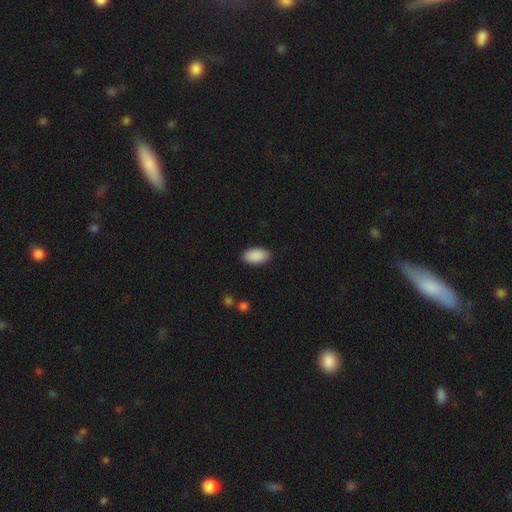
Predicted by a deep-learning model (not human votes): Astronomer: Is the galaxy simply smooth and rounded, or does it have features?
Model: smooth — 91%.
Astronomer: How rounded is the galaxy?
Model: in between — 95%.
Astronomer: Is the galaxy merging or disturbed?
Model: none — 89%.